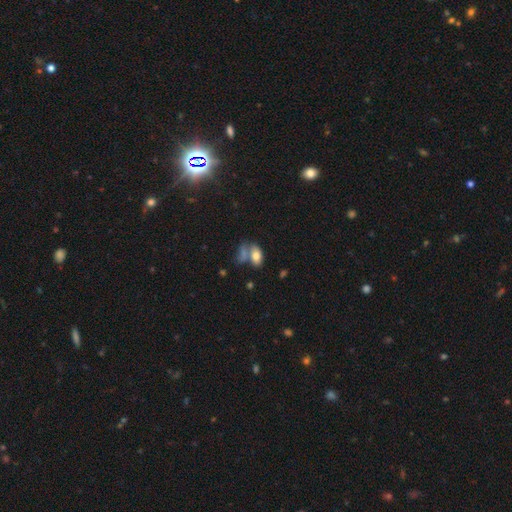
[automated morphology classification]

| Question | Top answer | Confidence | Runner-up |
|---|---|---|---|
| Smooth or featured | smooth | 78% | featured or disk (14%) |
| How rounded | in between | 90% | round (6%) |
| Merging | none | 45% | merger (35%) |